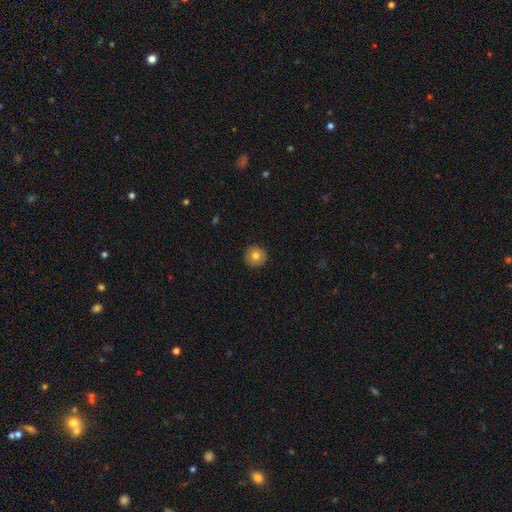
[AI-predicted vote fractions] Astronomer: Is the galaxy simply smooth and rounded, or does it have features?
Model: smooth — 79%.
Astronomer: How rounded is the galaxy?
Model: round — 95%.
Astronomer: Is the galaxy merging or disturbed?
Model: none — 92%.